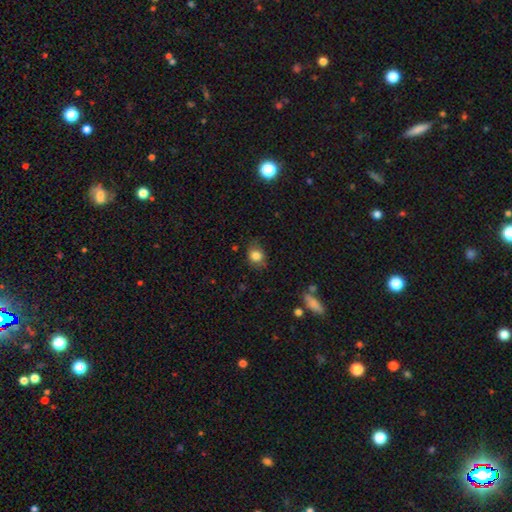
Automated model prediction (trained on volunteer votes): Morphology: type=smooth (83%); roundness=round (50%); merging=none (71%).